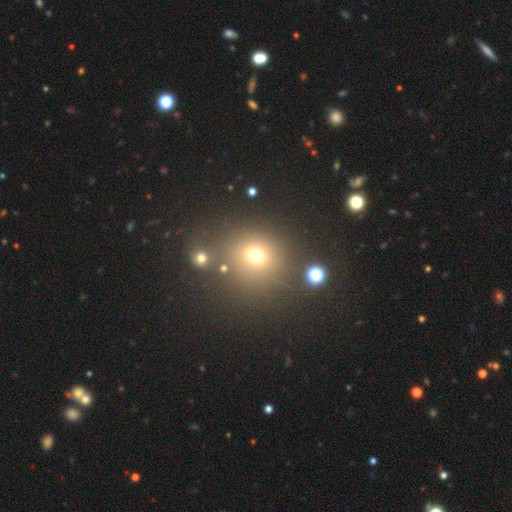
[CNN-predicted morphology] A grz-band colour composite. It shows a smooth galaxy with no disk features (67%) that is round (86%). Merging: none (73%).